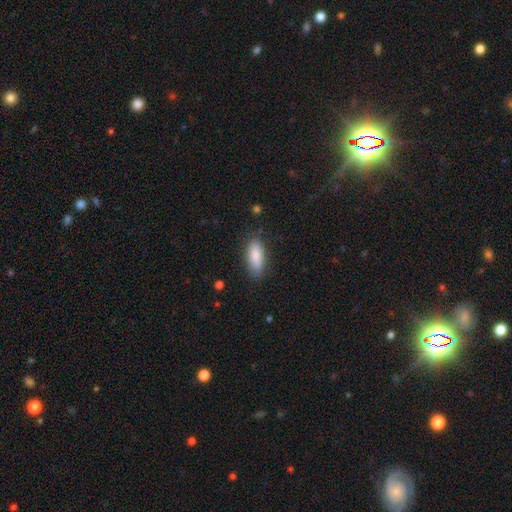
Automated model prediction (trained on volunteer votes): smooth_or_featured: smooth (p=0.86) [alt: featured or disk p=0.08]
how_rounded: in between (p=0.76) [alt: cigar-shaped p=0.22]
merging: none (p=0.81) [alt: minor disturbance p=0.14]